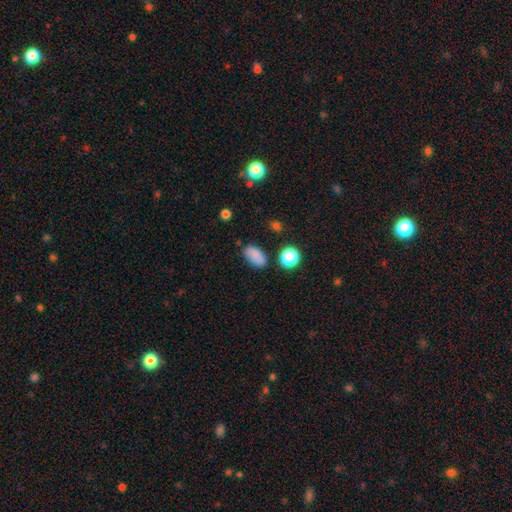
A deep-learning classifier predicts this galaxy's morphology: Overall: smooth (82%). How rounded: in between (89%). Merging: none (75%).